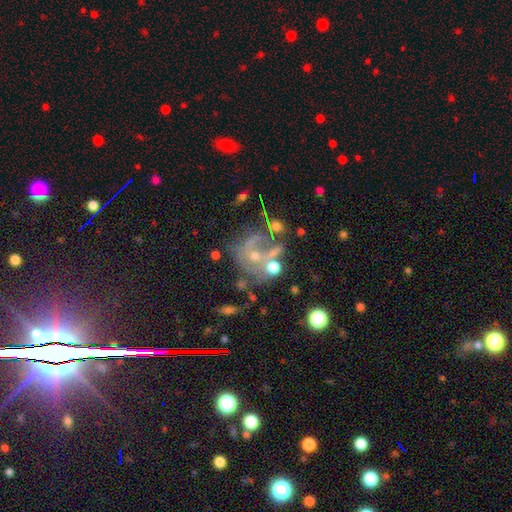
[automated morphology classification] This appears to be a featured or disk galaxy (57%) with no bar (77%), no spiral arms (50%, tied with yes) and a small central bulge (49%). Merging: none (35%).